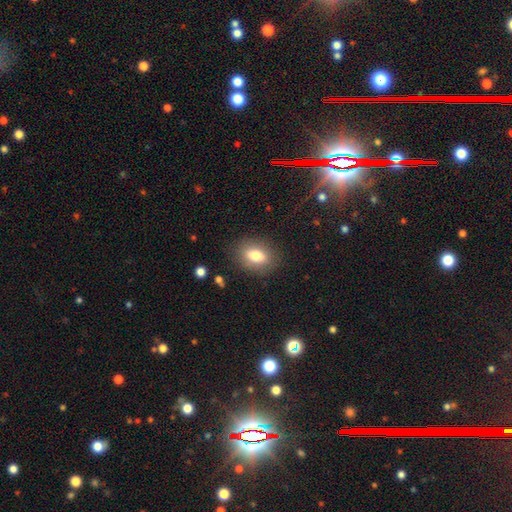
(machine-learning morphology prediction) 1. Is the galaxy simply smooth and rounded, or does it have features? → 76% smooth, 15% featured or disk, 9% star or artifact.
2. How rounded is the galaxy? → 74% in between, 25% round, 2% cigar-shaped.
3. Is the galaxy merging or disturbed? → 85% none, 10% minor disturbance, 4% major disturbance, 1% merger.